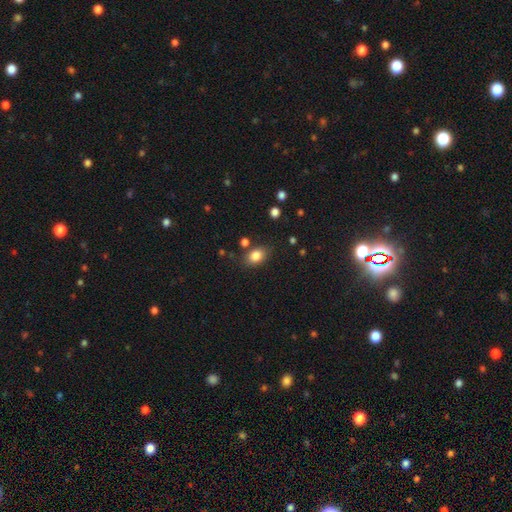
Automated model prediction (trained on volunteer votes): A smooth galaxy with no disk features (83%) that is in between round and cigar-shaped (76%). Merging: none (77%).